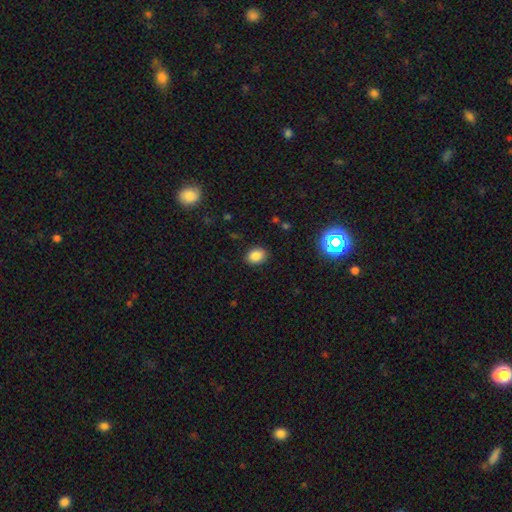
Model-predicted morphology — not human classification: Q: Smooth or featured?
A: smooth (83%); runner-up: star or artifact (11%)
Q: How rounded?
A: in between (57%); runner-up: round (42%)
Q: Merging?
A: none (87%); runner-up: minor disturbance (9%)